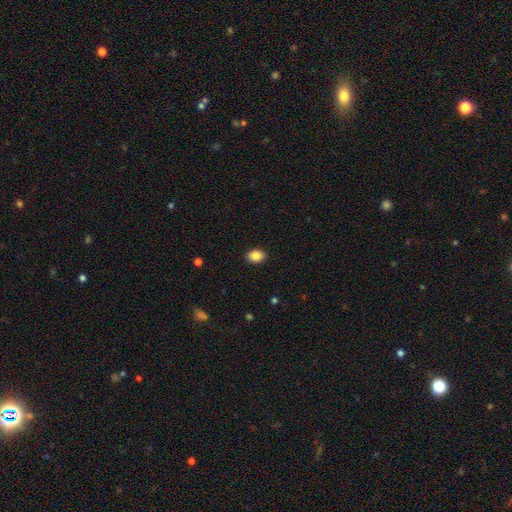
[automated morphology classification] The model was most divided on "how rounded": in between: 76%, round: 23%, cigar-shaped: 1%. More confident: merging — none (90%); smooth or featured — smooth (87%).